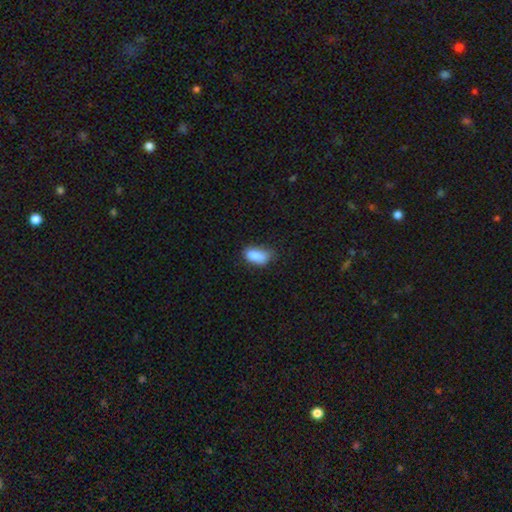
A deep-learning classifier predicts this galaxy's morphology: A smooth galaxy with no disk features (86%) that is in between round and cigar-shaped (90%).

Vote fractions:
- Smooth or featured? smooth: 86% / star or artifact: 8% / featured or disk: 6%
- How rounded? in between: 90% / cigar-shaped: 5% / round: 5%
- Merging? none: 57% / minor disturbance: 33% / major disturbance: 8% / merger: 2%